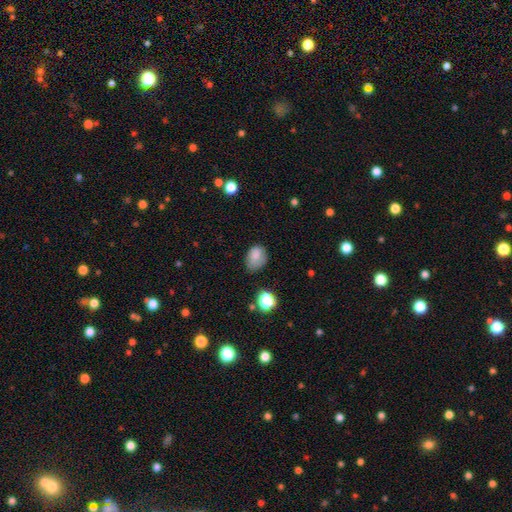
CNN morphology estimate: smooth 80%, star or artifact 11%, featured or disk 10%. Down the decision tree: how rounded — in between (72%); merging — none (53%).